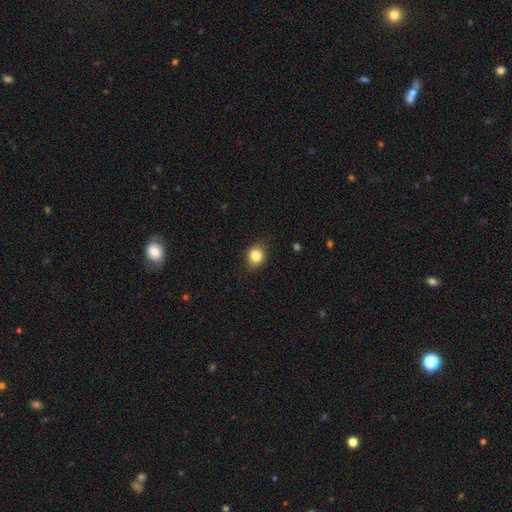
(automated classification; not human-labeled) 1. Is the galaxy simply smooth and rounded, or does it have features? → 82% smooth, 10% star or artifact, 7% featured or disk.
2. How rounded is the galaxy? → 68% round, 31% in between, 1% cigar-shaped.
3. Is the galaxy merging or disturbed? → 78% none, 17% minor disturbance, 4% major disturbance, 1% merger.